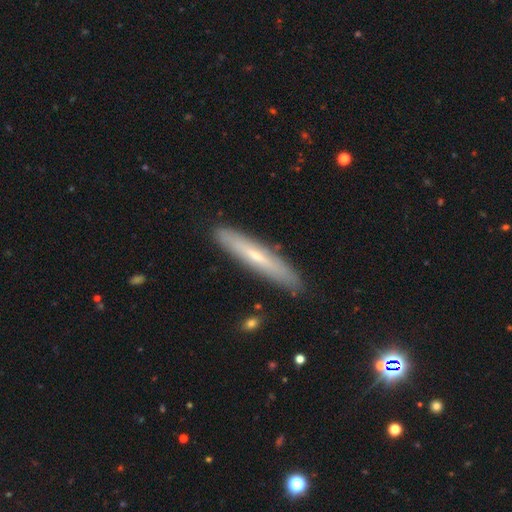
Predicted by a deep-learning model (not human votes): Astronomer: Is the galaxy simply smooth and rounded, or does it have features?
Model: featured or disk — 48% (runner-up: smooth, 46%).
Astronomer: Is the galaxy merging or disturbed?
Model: none — 87%.